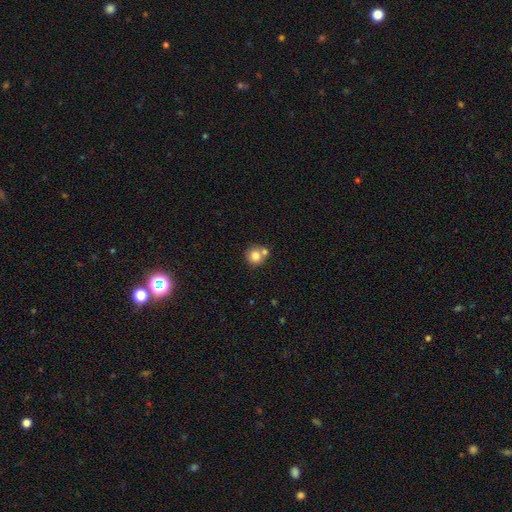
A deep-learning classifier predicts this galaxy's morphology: This is likely a smooth galaxy (80%). How rounded: clearly round (89%). Merging: possibly none (52%).